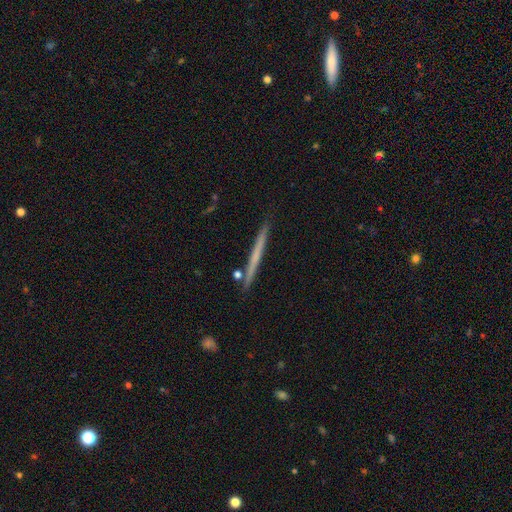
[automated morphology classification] Smooth or featured: smooth — 47% (tied with featured or disk — 47%)
Merging: none — 89% (minor disturbance — 7%)